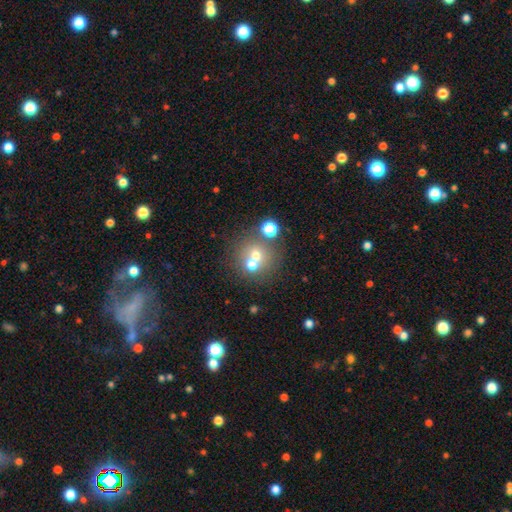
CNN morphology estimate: Overall: smooth (61%; featured or disk 21%). How rounded: round (88%). Merging: none (50%; merger 39%).